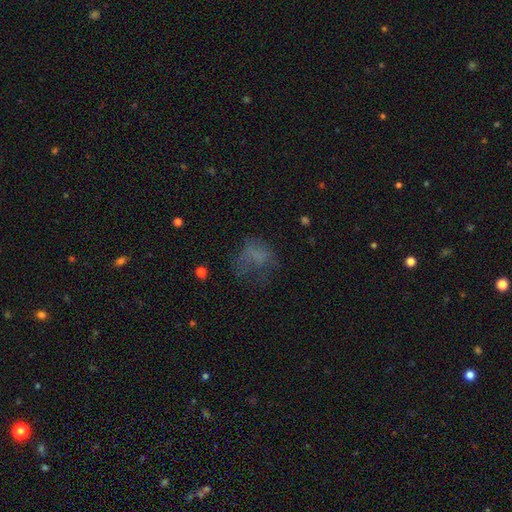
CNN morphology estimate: Overall: smooth (51%; featured or disk 26%). How rounded: in between (51%; round 46%). Merging: none (41%; major disturbance 36%).